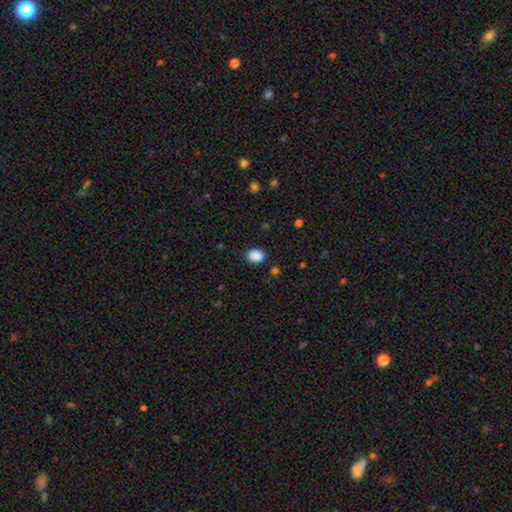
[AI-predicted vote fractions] smooth 88%, star or artifact 9%, featured or disk 3%. Down the decision tree: how rounded — in between (58%); merging — none (85%).